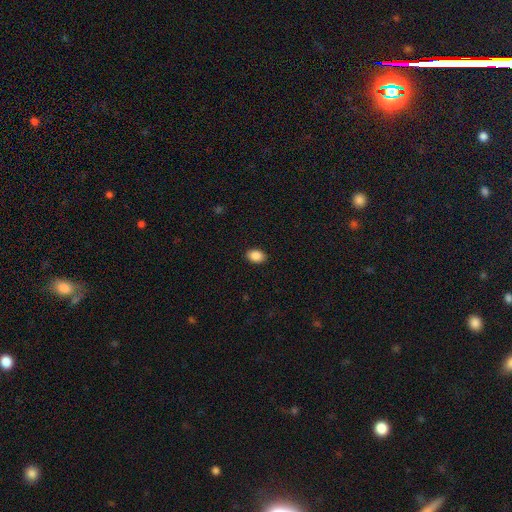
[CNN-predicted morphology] Smooth or featured: smooth — 88% (star or artifact — 8%)
How rounded: in between — 83% (round — 16%)
Merging: none — 90% (minor disturbance — 7%)